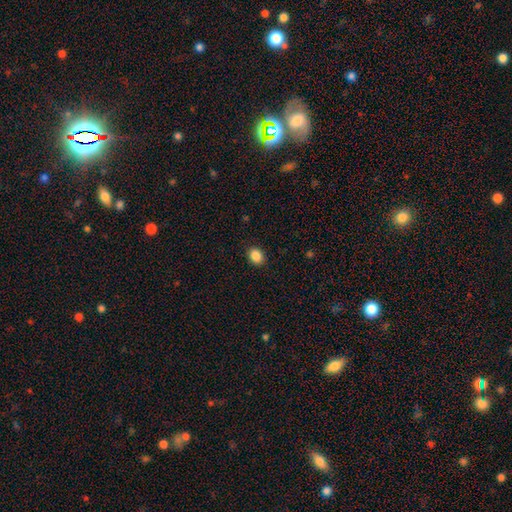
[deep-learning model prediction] Q: Smooth or featured?
A: smooth (87%); runner-up: star or artifact (9%)
Q: How rounded?
A: in between (51%); runner-up: round (48%)
Q: Merging?
A: none (90%); runner-up: minor disturbance (7%)